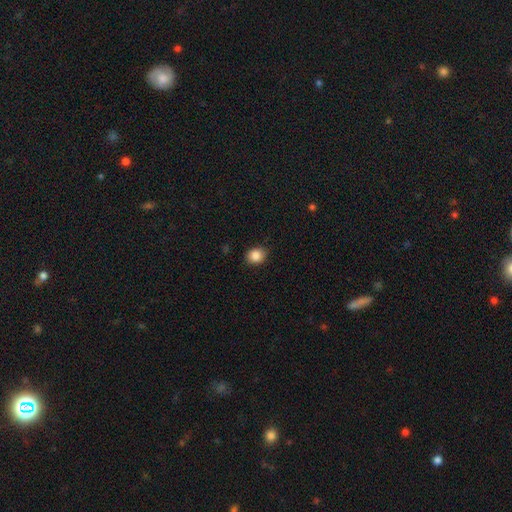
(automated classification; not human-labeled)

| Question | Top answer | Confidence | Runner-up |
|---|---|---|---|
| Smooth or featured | smooth | 86% | star or artifact (9%) |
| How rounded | round | 60% | in between (39%) |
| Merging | none | 84% | minor disturbance (12%) |